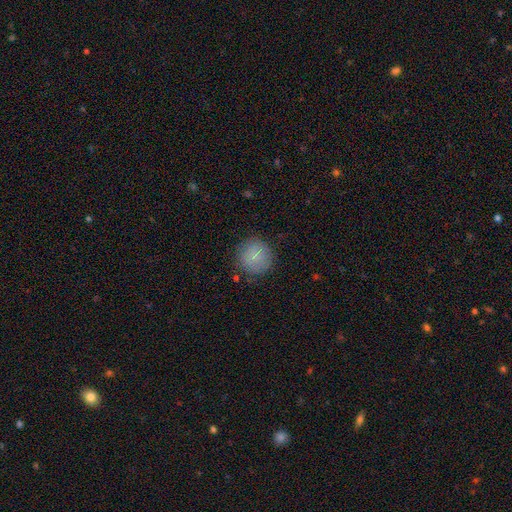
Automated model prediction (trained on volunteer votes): Smooth or featured?
  - smooth: 83% *
  - featured or disk: 9%
  - star or artifact: 8%
How rounded?
  - round: 93% *
  - in between: 6%
  - cigar-shaped: 1%
Merging?
  - none: 85% *
  - minor disturbance: 11%
  - major disturbance: 3%
  - merger: 1%